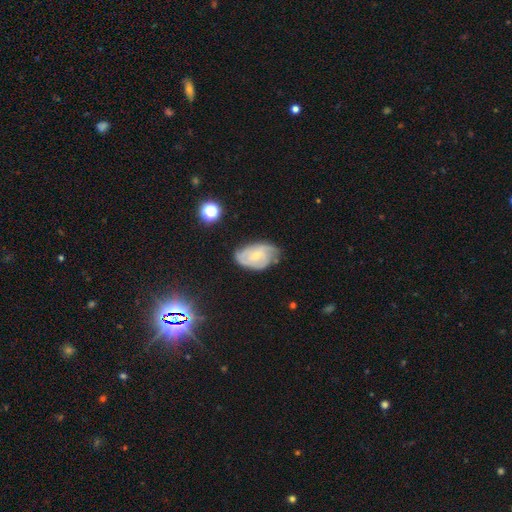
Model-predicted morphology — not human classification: A featured or disk galaxy (71%) with no bar (58%), tight (51%) spiral arms (89%) and a small central bulge (65%). Merging: none (61%).